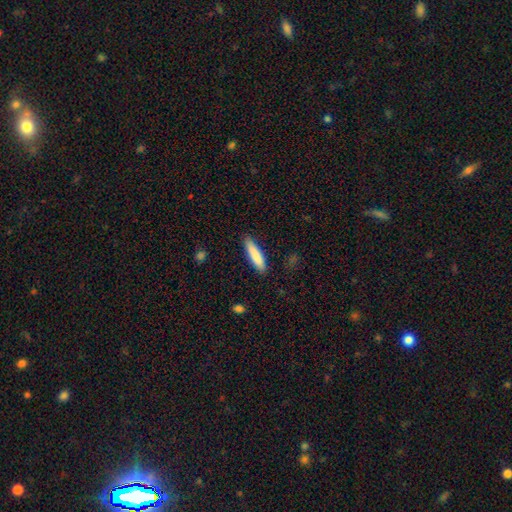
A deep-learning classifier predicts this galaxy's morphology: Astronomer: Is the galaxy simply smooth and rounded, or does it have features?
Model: smooth — 85%.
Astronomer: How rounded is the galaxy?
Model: cigar-shaped — 78%.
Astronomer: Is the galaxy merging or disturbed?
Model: none — 87%.